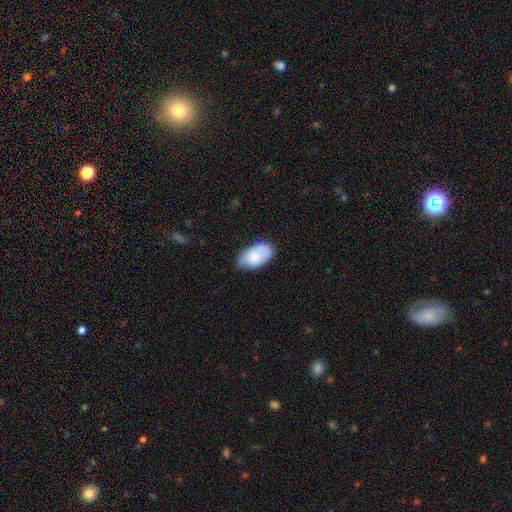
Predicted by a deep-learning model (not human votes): Smooth or featured: smooth — 75% (featured or disk — 18%)
How rounded: in between — 94% (round — 4%)
Merging: none — 55% (minor disturbance — 35%)